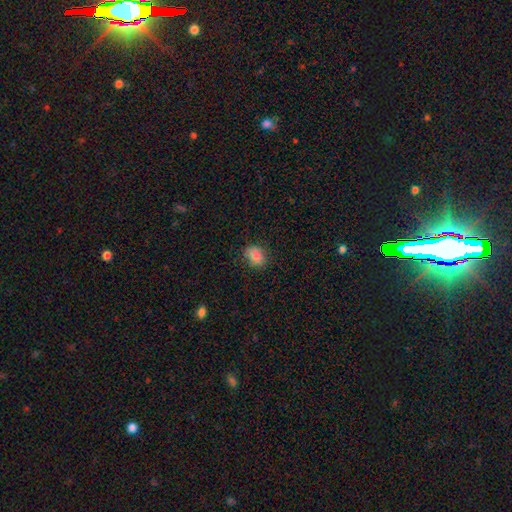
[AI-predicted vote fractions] smooth_or_featured: smooth (p=0.85) [alt: star or artifact p=0.09]
how_rounded: in between (p=0.67) [alt: round p=0.32]
merging: none (p=0.80) [alt: minor disturbance p=0.16]